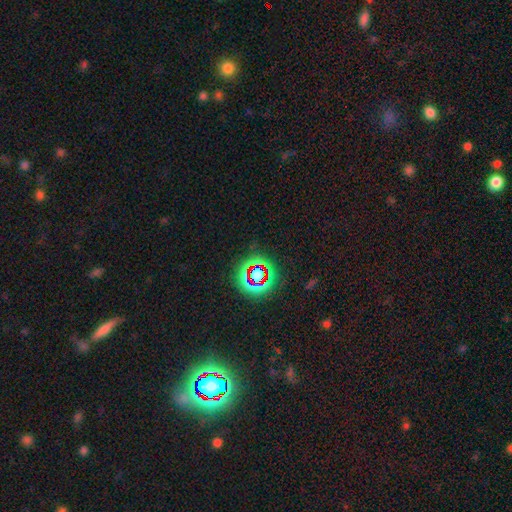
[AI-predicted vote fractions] Smooth or featured: star or artifact — 75% (smooth — 15%)